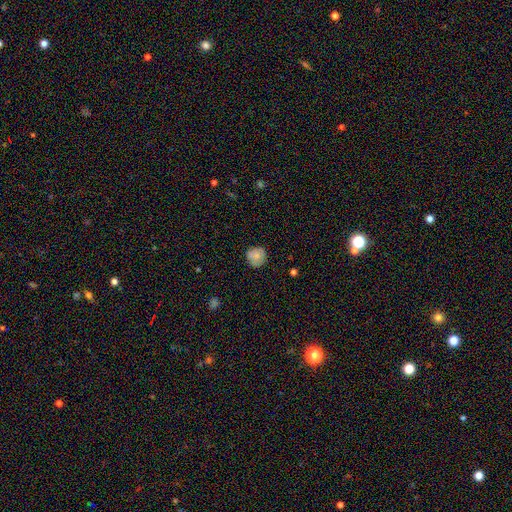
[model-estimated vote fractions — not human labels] smooth-or-featured: smooth: 81% | featured or disk: 10% | star or artifact: 9%
  how-rounded: round: 90% | in between: 9% | cigar-shaped: 1%
  merging: none: 81% | minor disturbance: 15% | major disturbance: 3% | merger: 1%